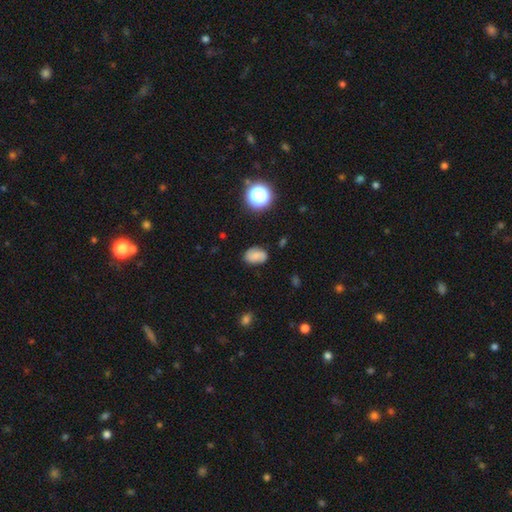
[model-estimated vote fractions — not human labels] Smooth or featured? smooth (69%)
How rounded? in between (82%)
Merging? none (78%)